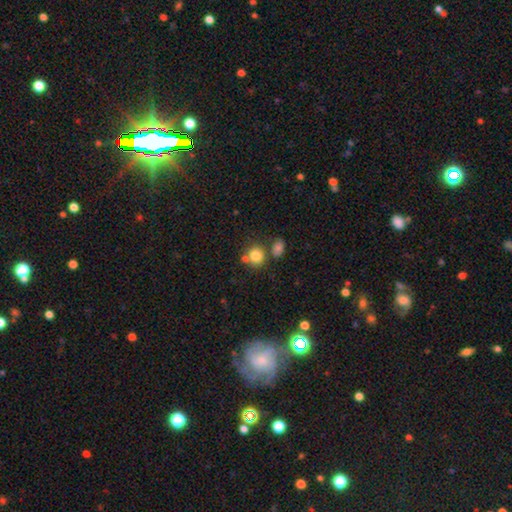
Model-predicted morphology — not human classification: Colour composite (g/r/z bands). It shows a smooth galaxy with no disk features (81%) that is round (85%). Merging: none (64%).